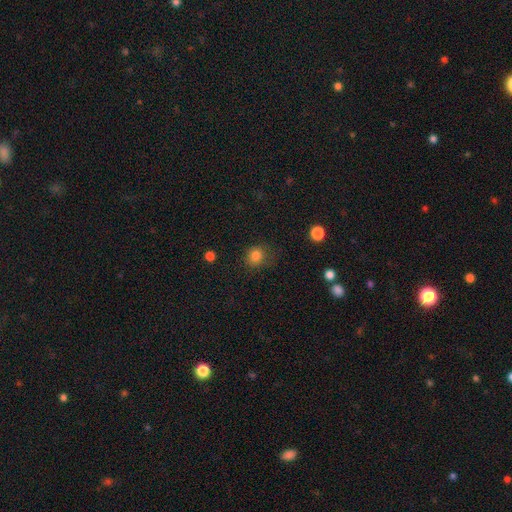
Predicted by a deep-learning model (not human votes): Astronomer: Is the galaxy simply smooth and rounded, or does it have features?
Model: smooth — 83%.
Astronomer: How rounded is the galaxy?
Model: round — 80%.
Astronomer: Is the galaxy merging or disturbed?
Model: none — 71%.